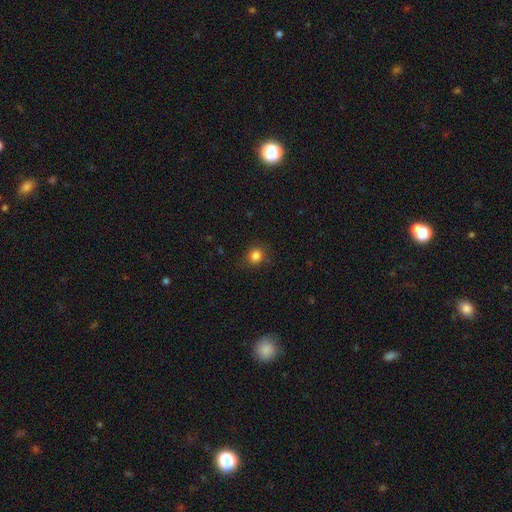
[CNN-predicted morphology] This appears to be a smooth galaxy with no disk features (83%) that is round (83%). Merging: none (83%).